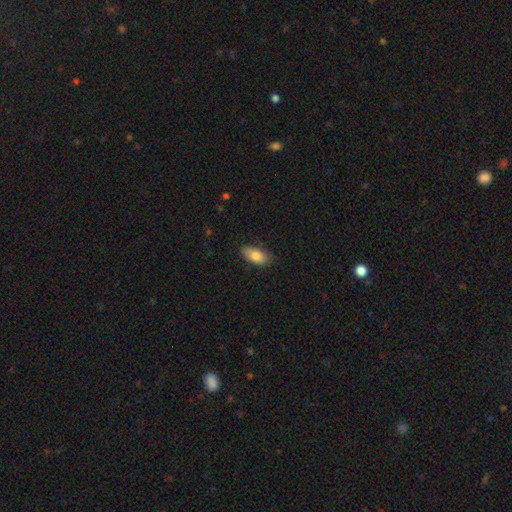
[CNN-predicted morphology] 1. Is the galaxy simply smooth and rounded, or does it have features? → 81% smooth, 12% featured or disk, 7% star or artifact.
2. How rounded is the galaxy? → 90% in between, 7% cigar-shaped, 3% round.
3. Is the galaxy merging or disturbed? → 80% none, 16% minor disturbance, 3% major disturbance, 1% merger.